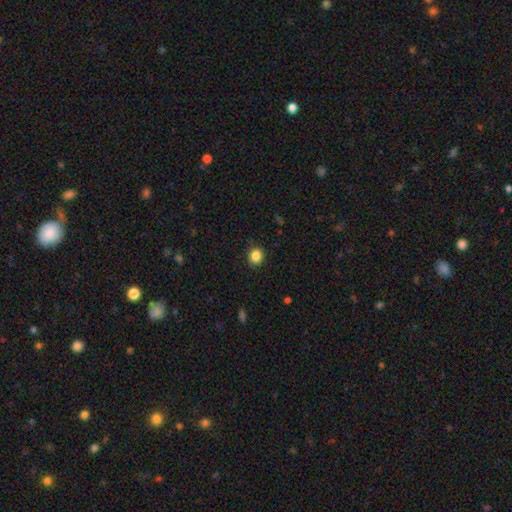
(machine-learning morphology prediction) smooth 85%, star or artifact 11%, featured or disk 4%. Down the decision tree: how rounded — round (82%); merging — none (88%).